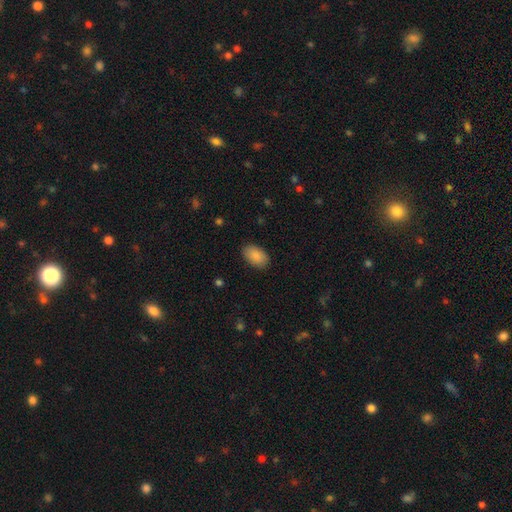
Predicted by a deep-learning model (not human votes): smooth-or-featured: smooth: 89% | star or artifact: 6% | featured or disk: 5%
  how-rounded: in between: 94% | round: 5% | cigar-shaped: 1%
  merging: none: 88% | minor disturbance: 9% | major disturbance: 2% | merger: 1%